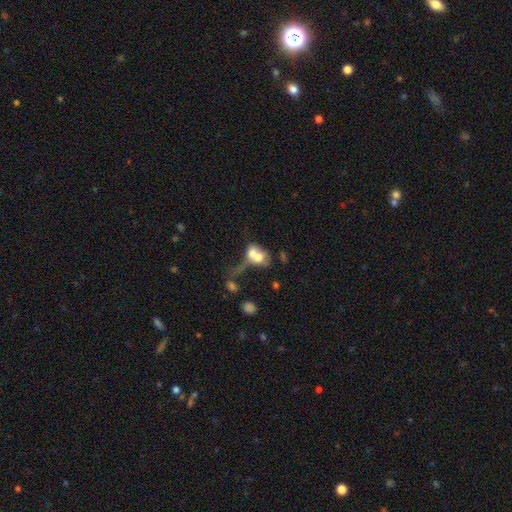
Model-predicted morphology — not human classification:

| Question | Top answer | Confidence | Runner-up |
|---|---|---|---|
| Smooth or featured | smooth | 61% | featured or disk (29%) |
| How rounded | in between | 57% | round (40%) |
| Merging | merger | 69% | none (13%) |